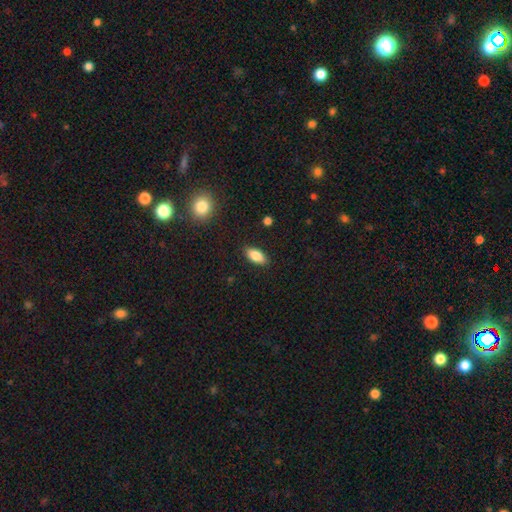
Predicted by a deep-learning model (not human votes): Q: Smooth or featured?
A: smooth (82%); runner-up: featured or disk (10%)
Q: How rounded?
A: in between (86%); runner-up: cigar-shaped (11%)
Q: Merging?
A: none (87%); runner-up: minor disturbance (9%)